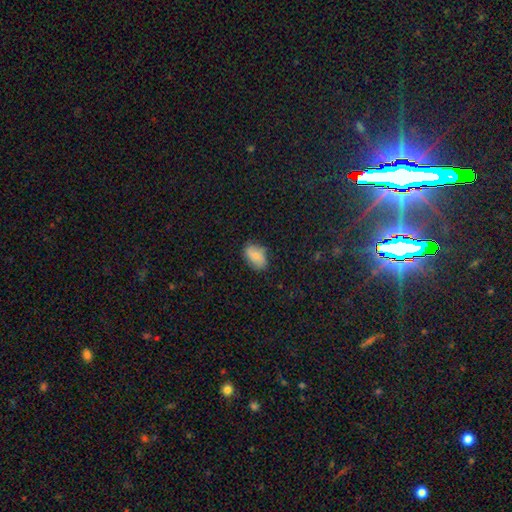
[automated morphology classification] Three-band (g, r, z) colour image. It shows a smooth galaxy with no disk features (80%) that is in between round and cigar-shaped (90%). Merging: none (75%).